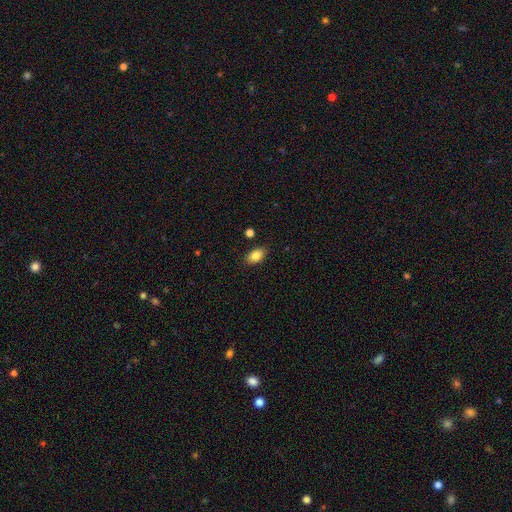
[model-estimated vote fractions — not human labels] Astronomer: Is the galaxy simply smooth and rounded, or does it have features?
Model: smooth — 85%.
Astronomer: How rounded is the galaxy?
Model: in between — 90%.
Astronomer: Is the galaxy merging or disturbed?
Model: none — 85%.